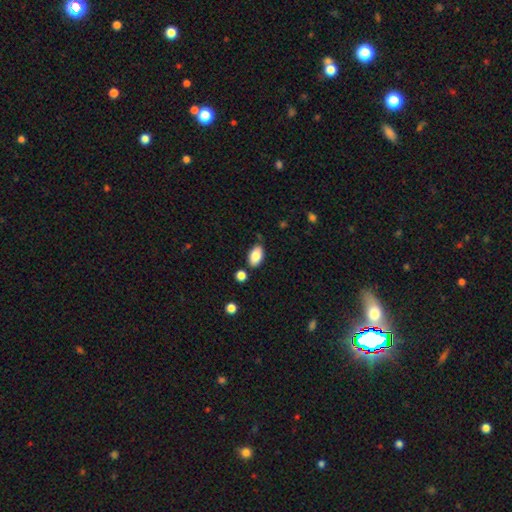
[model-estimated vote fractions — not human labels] The model was most divided on "merging": none: 79%, minor disturbance: 13%, merger: 5%, major disturbance: 3%. More confident: how rounded — in between (93%); smooth or featured — smooth (85%).